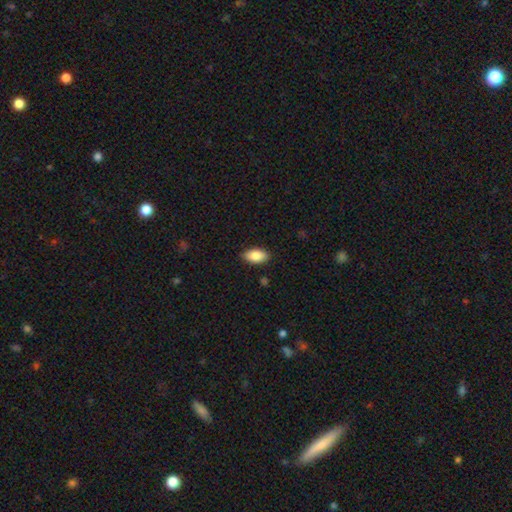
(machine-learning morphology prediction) Smooth or featured: smooth — 84% (featured or disk — 10%)
How rounded: in between — 93% (round — 4%)
Merging: none — 88% (minor disturbance — 9%)